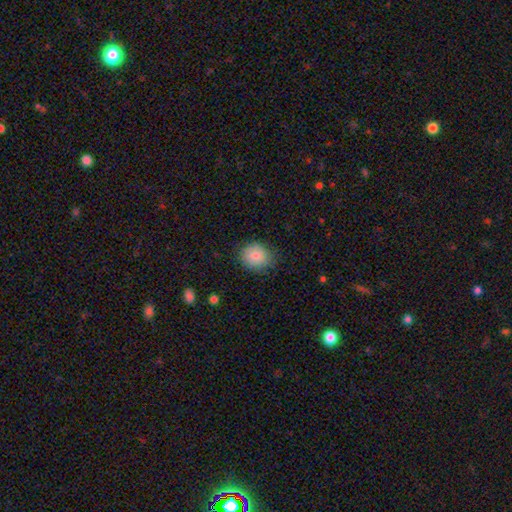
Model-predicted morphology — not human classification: Smooth or featured? Predicted: smooth (p=0.84). How rounded? Predicted: round (p=0.74). Merging? Predicted: none (p=0.80).